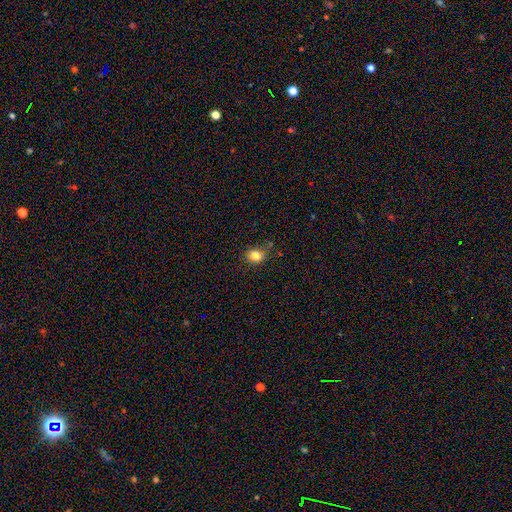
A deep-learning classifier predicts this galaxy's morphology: type=smooth (82%); roundness=round (60%); merging=none (76%).